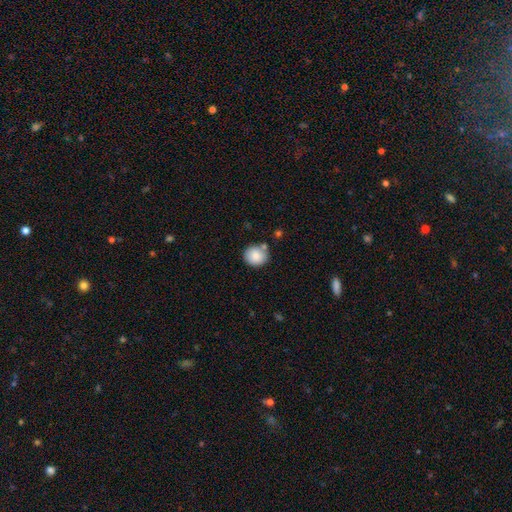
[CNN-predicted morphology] Smooth or featured: smooth — 85% (star or artifact — 8%)
How rounded: round — 81% (in between — 18%)
Merging: none — 73% (minor disturbance — 14%)